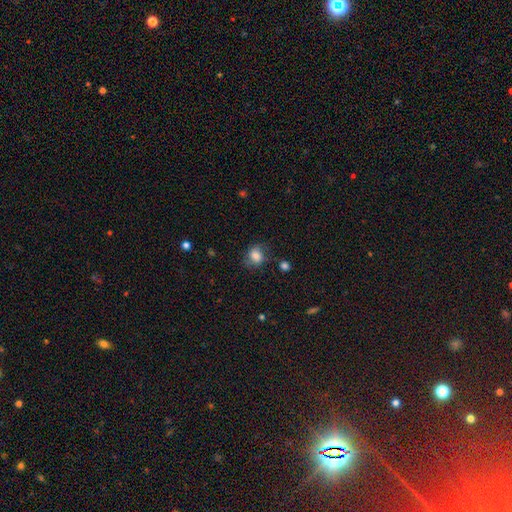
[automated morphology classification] A smooth galaxy with no disk features (73%) that is round (55%). Merging: none (61%).